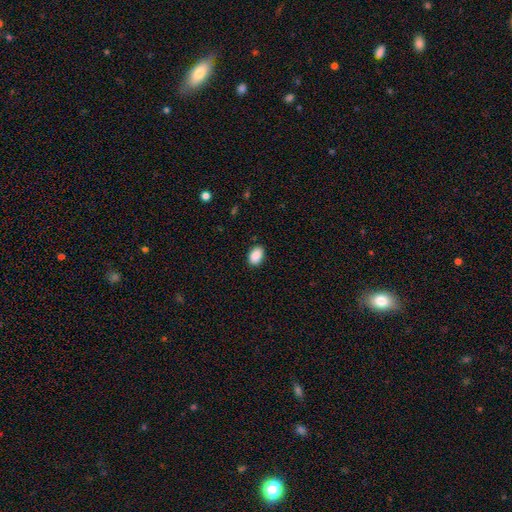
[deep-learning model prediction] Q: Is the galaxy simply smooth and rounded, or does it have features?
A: smooth — 90%.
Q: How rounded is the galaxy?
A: in between — 89%.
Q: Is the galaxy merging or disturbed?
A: none — 87%.